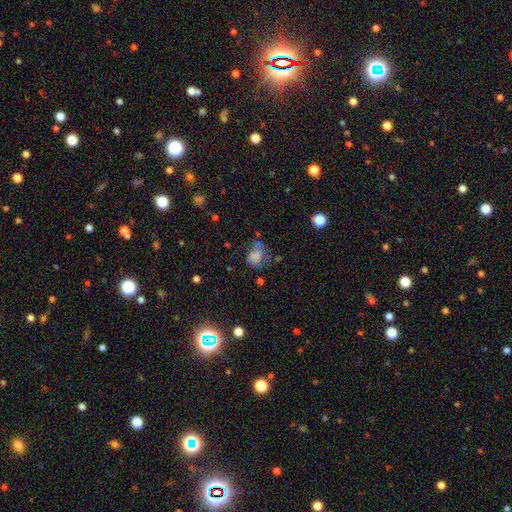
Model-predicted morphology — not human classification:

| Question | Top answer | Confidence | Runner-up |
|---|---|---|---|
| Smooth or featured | smooth | 65% | featured or disk (21%) |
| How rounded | in between | 53% | round (46%) |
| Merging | none | 33% | major disturbance (30%) |